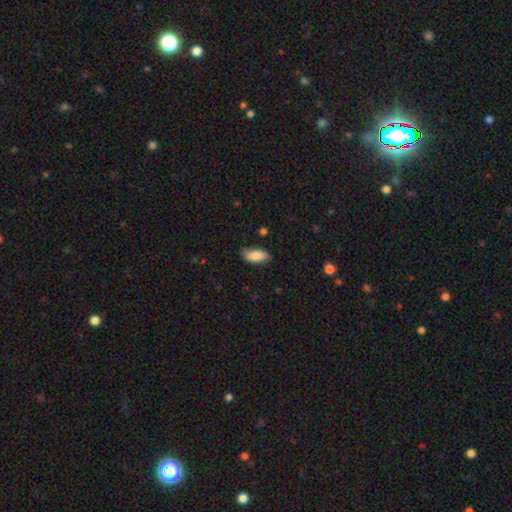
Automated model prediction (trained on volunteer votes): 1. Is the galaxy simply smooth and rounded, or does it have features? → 83% smooth, 10% featured or disk, 6% star or artifact.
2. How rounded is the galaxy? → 85% in between, 13% cigar-shaped, 2% round.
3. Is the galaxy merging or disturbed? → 77% none, 18% minor disturbance, 3% major disturbance, 1% merger.